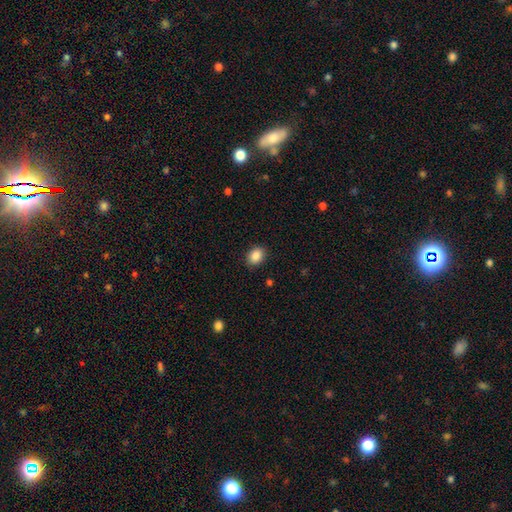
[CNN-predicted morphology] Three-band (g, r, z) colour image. It shows a smooth galaxy with no disk features (88%) that is in between round and cigar-shaped (69%). Merging: none (88%).